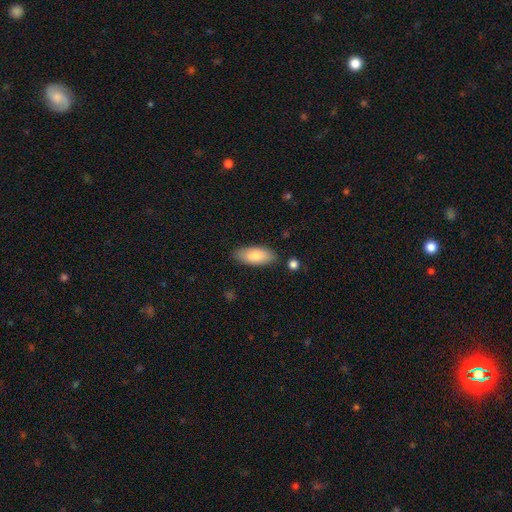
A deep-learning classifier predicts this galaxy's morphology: Overall: smooth (80%). How rounded: in between (84%). Merging: none (84%).